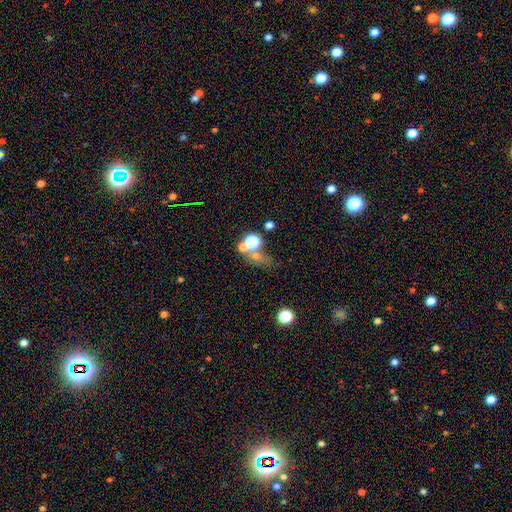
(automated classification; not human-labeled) A smooth galaxy with no disk features (48%). Merging: none (47%).